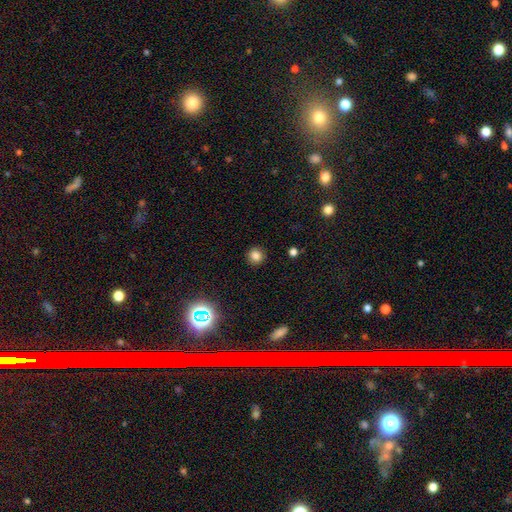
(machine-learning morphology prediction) The model was most divided on "smooth or featured": smooth: 82%, star or artifact: 14%, featured or disk: 5%. More confident: how rounded — round (92%); merging — none (92%).